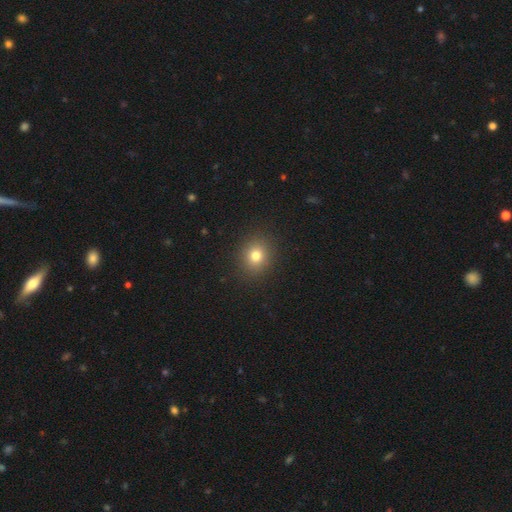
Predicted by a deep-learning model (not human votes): The model was most divided on "how rounded": round: 69%, in between: 30%, cigar-shaped: 1%. More confident: merging — none (89%); smooth or featured — smooth (79%).